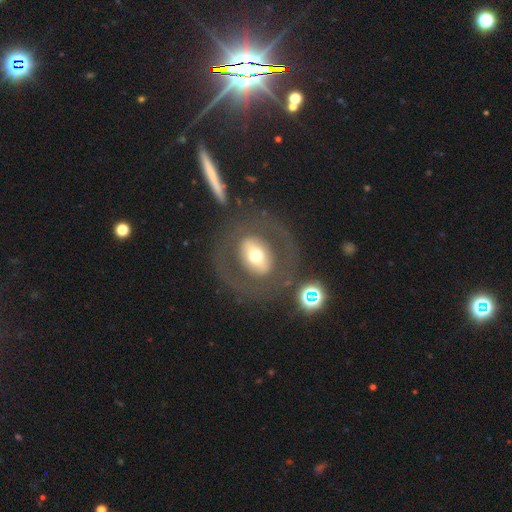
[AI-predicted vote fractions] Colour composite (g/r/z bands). It shows a featured or disk galaxy (53%). Merging: none (74%).